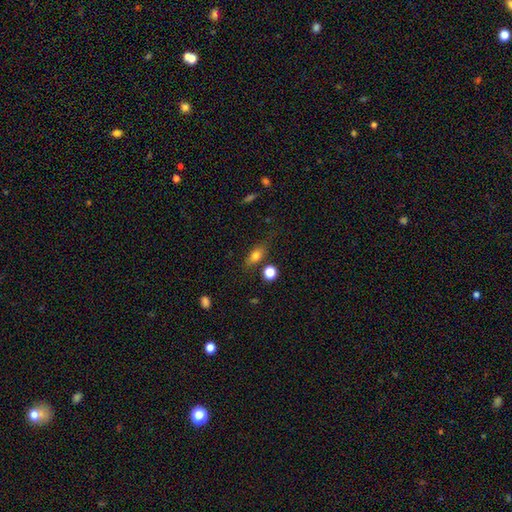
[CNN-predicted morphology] type=smooth (75%); roundness=in between (70%); merging=none (68%).